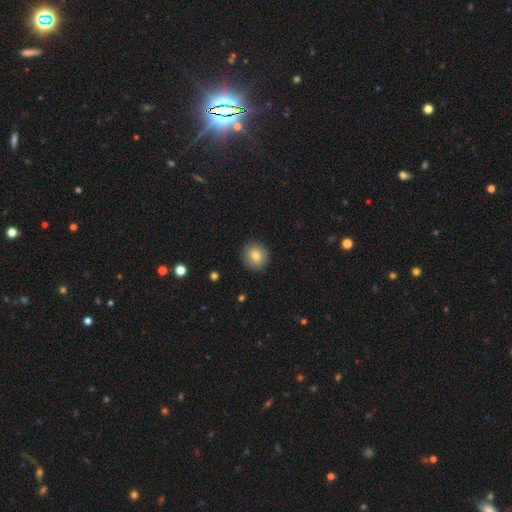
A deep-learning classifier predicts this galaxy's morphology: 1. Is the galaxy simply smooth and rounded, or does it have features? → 81% smooth, 10% featured or disk, 9% star or artifact.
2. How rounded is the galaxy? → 91% round, 8% in between, 1% cigar-shaped.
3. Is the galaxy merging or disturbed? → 90% none, 7% minor disturbance, 2% major disturbance, 1% merger.